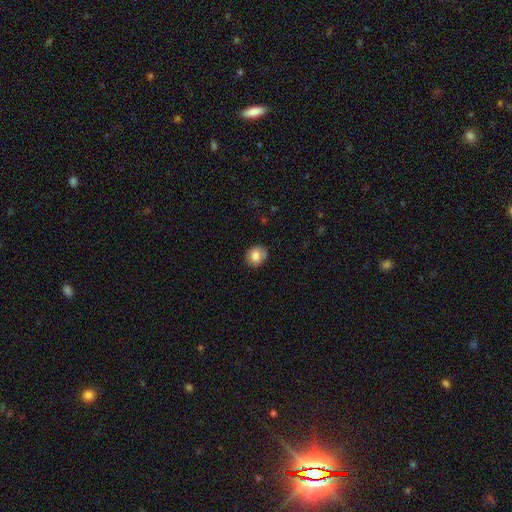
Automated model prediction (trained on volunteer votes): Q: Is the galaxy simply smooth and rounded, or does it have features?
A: smooth — 77%.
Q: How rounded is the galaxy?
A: round — 72%.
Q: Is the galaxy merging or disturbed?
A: none — 76%.